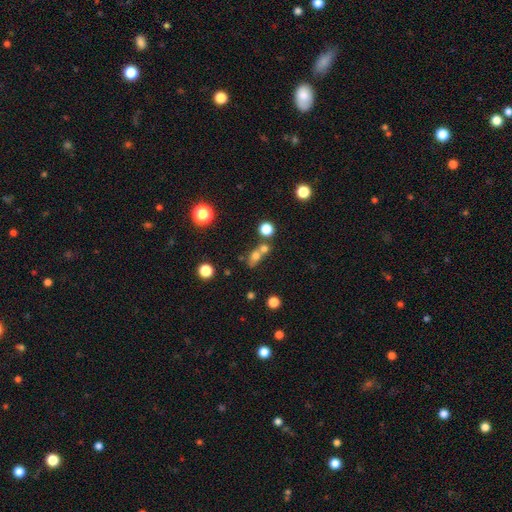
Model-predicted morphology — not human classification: smooth 69%, star or artifact 17%, featured or disk 14%. Down the decision tree: how rounded — in between (50%); merging — merger (47%).